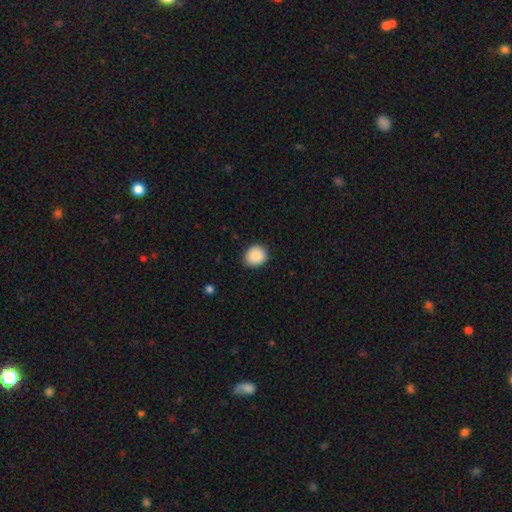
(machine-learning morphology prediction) Smooth or featured? smooth (89%)
How rounded? round (80%)
Merging? none (86%)